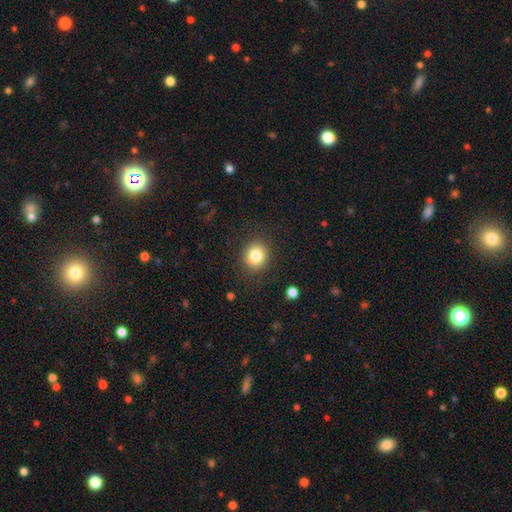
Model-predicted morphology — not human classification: This appears to be a smooth galaxy with no disk features (82%) that is round (79%). Merging: none (88%).